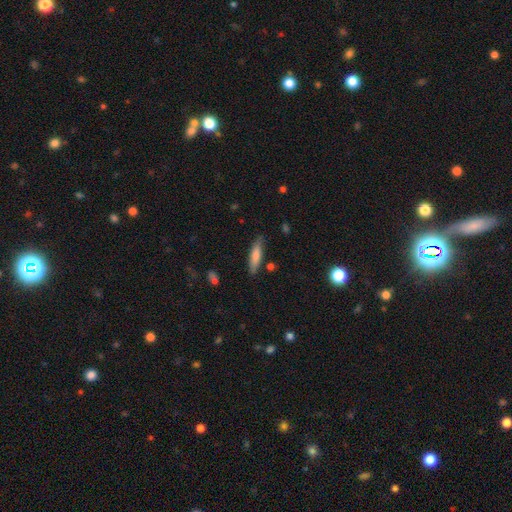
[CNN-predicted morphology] Smooth or featured? smooth (72%)
How rounded? cigar-shaped (74%)
Merging? none (81%)